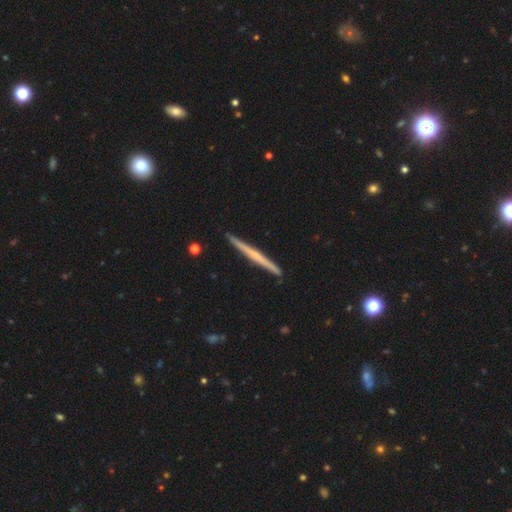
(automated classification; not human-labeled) smooth-or-featured: featured or disk: 61% | smooth: 34% | star or artifact: 5%
  disk-edge-on: yes: 98% | no: 2%
    edge-on-bulge: none: 68% | rounded: 25% | boxy: 6%
  merging: none: 92% | minor disturbance: 6% | merger: 1% | major disturbance: 1%